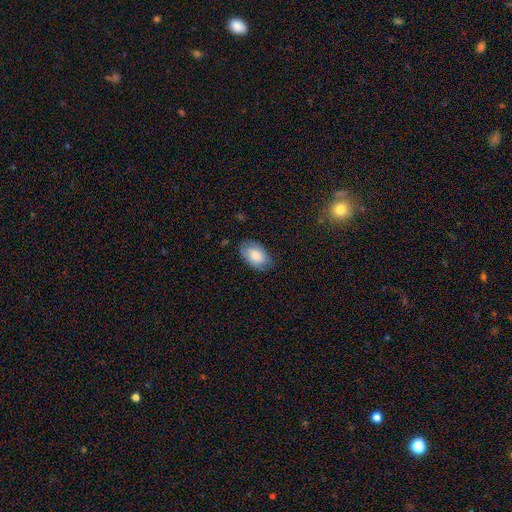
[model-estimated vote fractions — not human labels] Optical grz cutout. It shows a smooth galaxy with no disk features (82%) that is in between round and cigar-shaped (92%). Merging: none (77%).